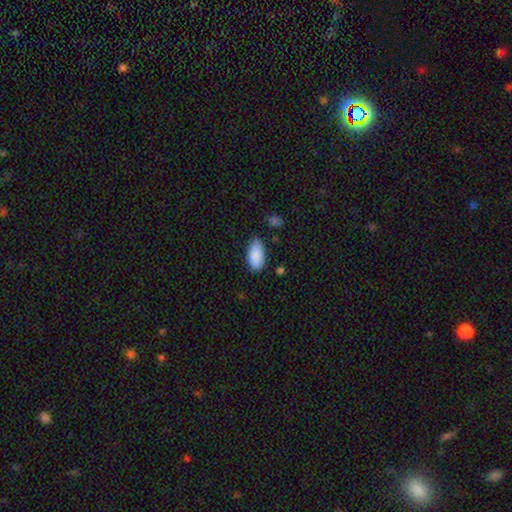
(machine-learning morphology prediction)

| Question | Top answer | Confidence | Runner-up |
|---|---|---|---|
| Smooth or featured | smooth | 89% | star or artifact (6%) |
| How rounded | in between | 93% | cigar-shaped (5%) |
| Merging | none | 78% | minor disturbance (17%) |